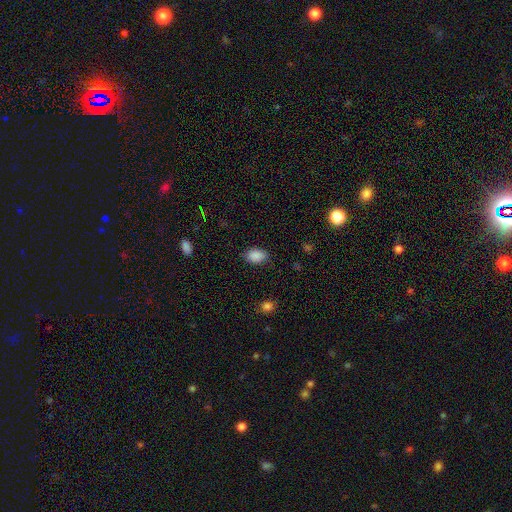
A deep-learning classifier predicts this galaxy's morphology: A smooth galaxy with no disk features (88%) that is in between round and cigar-shaped (85%).

Vote fractions:
- Smooth or featured? smooth: 88% / star or artifact: 8% / featured or disk: 4%
- How rounded? in between: 85% / round: 13% / cigar-shaped: 1%
- Merging? none: 82% / minor disturbance: 14% / major disturbance: 3% / merger: 1%